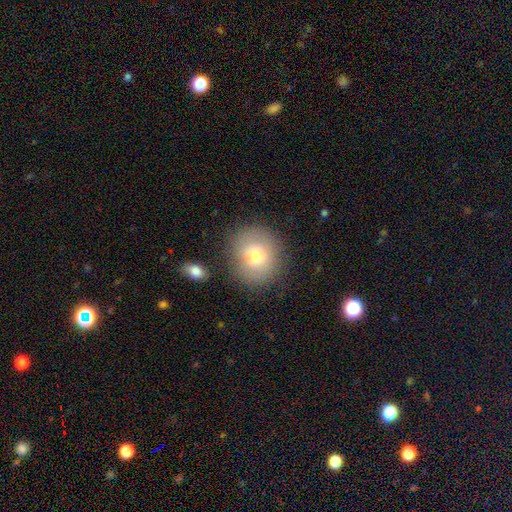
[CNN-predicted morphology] smooth 74%, featured or disk 17%, star or artifact 10%. Down the decision tree: how rounded — round (86%); merging — none (81%).